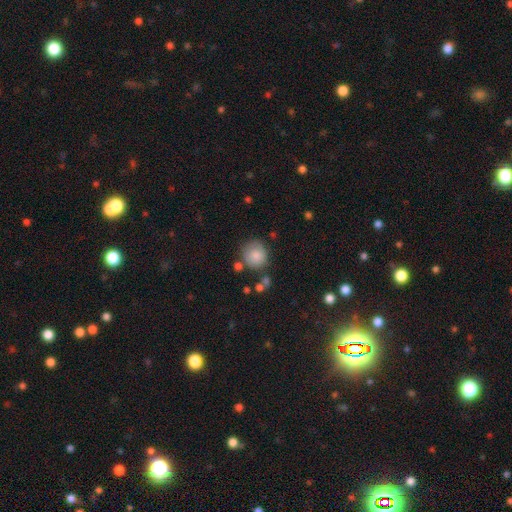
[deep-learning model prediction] The model was most divided on "merging": none: 70%, minor disturbance: 18%, merger: 7%, major disturbance: 6%. More confident: how rounded — round (86%); smooth or featured — smooth (82%).